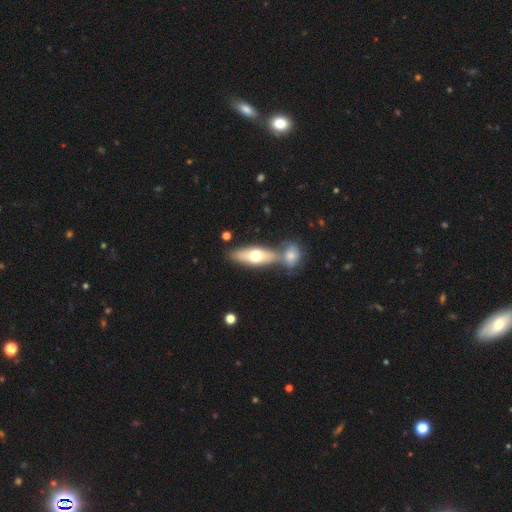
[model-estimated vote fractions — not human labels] A smooth galaxy with no disk features (59%) that is in between round and cigar-shaped (59%).

Vote fractions:
- Smooth or featured? smooth: 59% / featured or disk: 36% / star or artifact: 5%
- How rounded? in between: 59% / cigar-shaped: 38% / round: 3%
- Merging? none: 50% / merger: 36% / minor disturbance: 10% / major disturbance: 3%